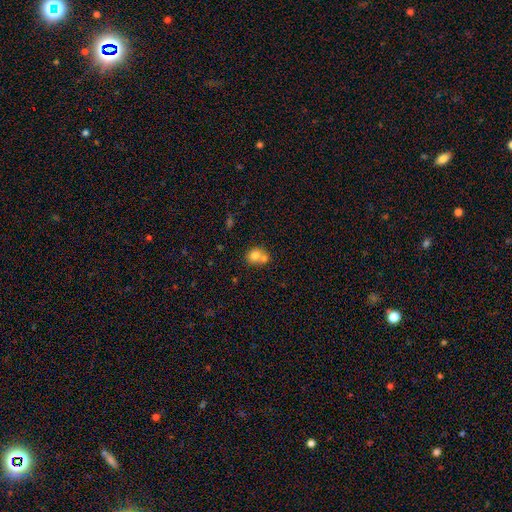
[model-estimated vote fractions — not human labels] Smooth or featured?
  - smooth: 75% *
  - featured or disk: 15%
  - star or artifact: 10%
How rounded?
  - round: 67% *
  - in between: 32%
  - cigar-shaped: 1%
Merging?
  - merger: 54% *
  - none: 35%
  - minor disturbance: 8%
  - major disturbance: 3%